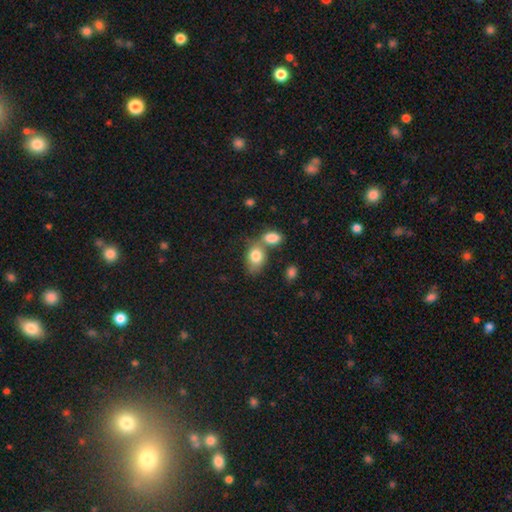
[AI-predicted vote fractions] Smooth or featured? smooth (81%)
How rounded? in between (81%)
Merging? merger (43%)